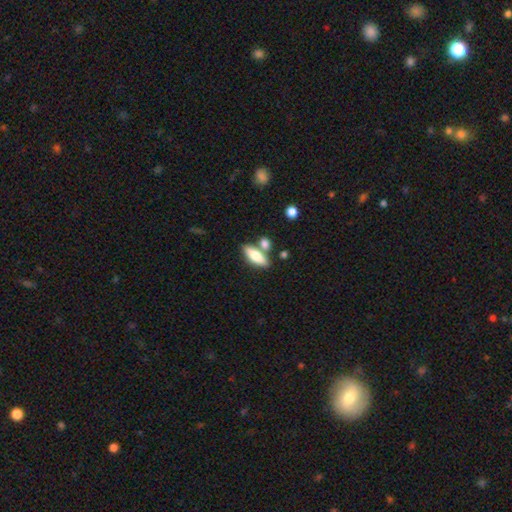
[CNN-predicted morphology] smooth-or-featured: smooth: 73% | featured or disk: 21% | star or artifact: 7%
  how-rounded: in between: 64% | cigar-shaped: 32% | round: 3%
  merging: none: 61% | merger: 24% | minor disturbance: 11% | major disturbance: 4%